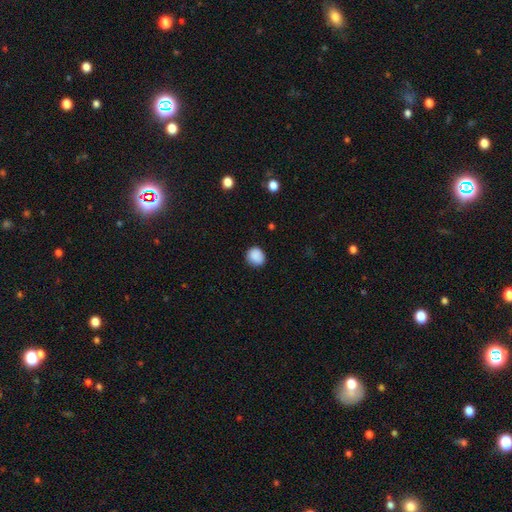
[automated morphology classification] The model was most divided on "how rounded": round: 78%, in between: 21%, cigar-shaped: 1%. More confident: smooth or featured — smooth (88%); merging — none (83%).